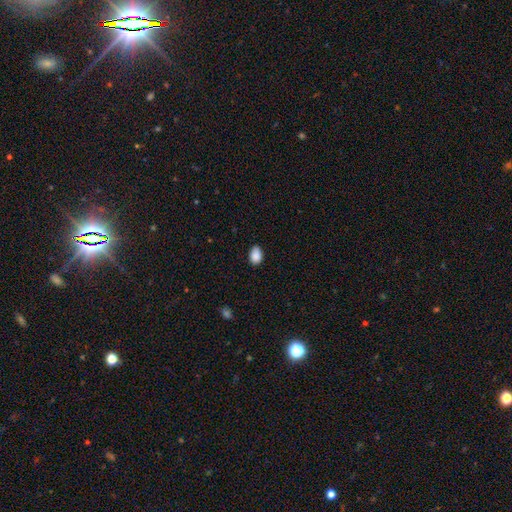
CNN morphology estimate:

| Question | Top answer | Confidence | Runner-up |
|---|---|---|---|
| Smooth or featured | smooth | 89% | star or artifact (8%) |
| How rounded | in between | 83% | round (16%) |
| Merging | none | 81% | minor disturbance (15%) |